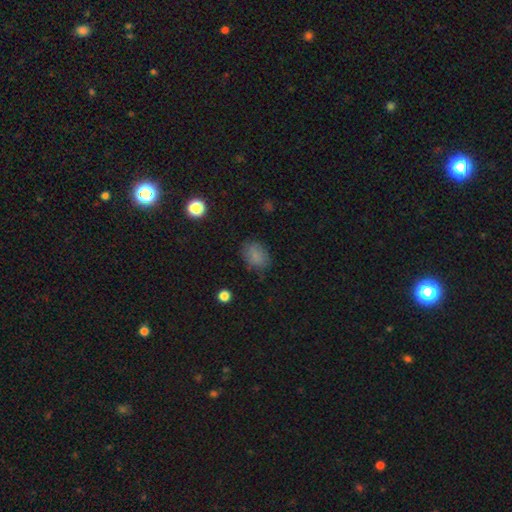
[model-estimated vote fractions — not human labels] A smooth galaxy with no disk features (81%) that is in between round and cigar-shaped (75%). Merging: none (74%).